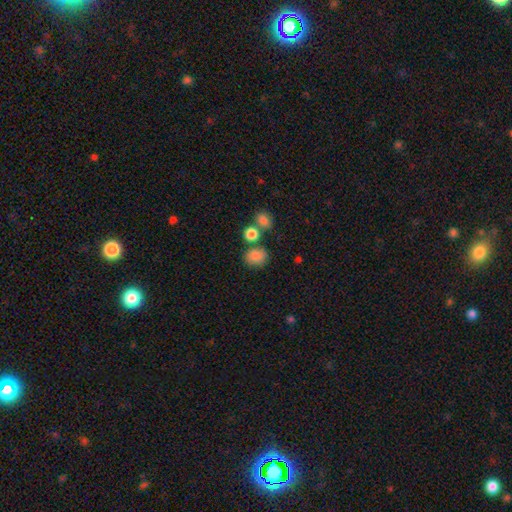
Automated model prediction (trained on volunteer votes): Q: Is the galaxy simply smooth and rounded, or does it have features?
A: smooth — 84%.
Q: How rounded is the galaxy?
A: round — 60%.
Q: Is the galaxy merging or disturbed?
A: none — 66%.